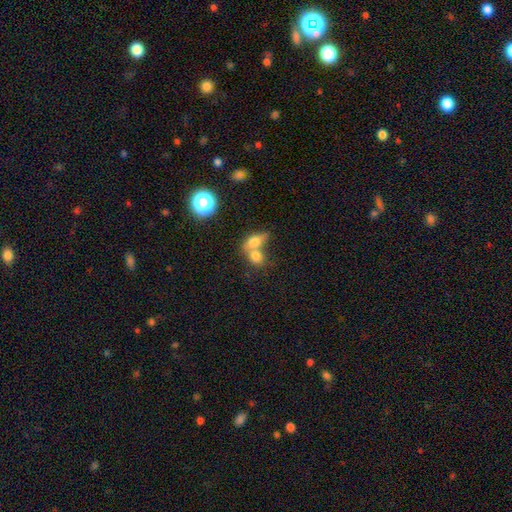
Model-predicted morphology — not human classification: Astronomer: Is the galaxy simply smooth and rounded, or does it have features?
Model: smooth — 75%.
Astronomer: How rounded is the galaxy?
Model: in between — 54% (runner-up: round, 42%).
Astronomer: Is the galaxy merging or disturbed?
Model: merger — 65%.